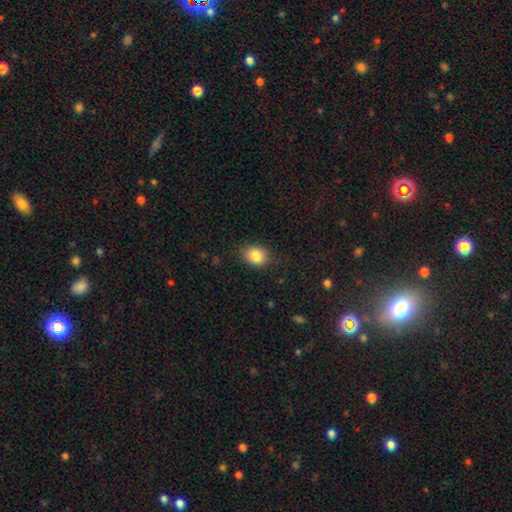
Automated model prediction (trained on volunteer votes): Morphology: type=smooth (84%); roundness=in between (51%); merging=none (78%).